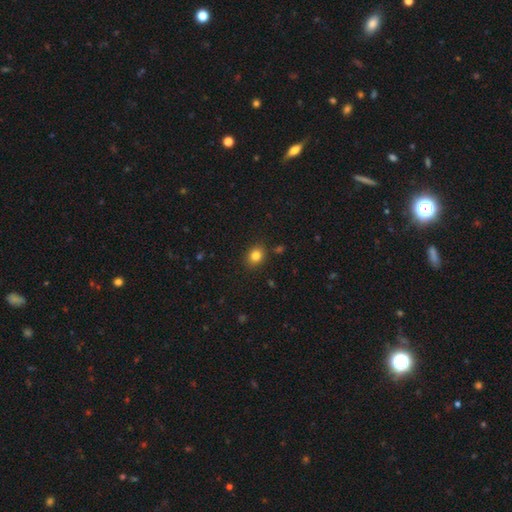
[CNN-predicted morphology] A smooth galaxy with no disk features (82%) that is round (55%). Merging: none (87%).